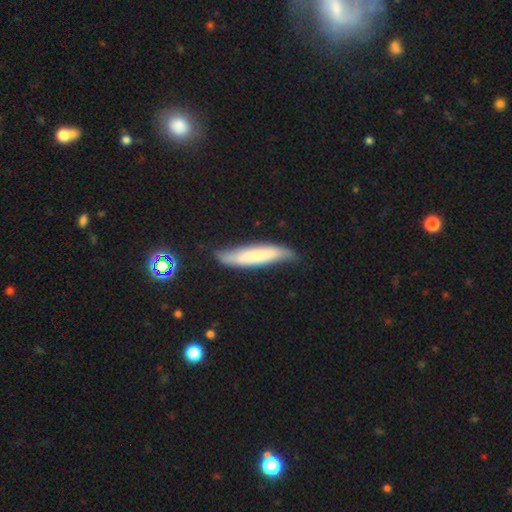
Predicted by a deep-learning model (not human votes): Smooth or featured: smooth — 65% (featured or disk — 29%)
How rounded: cigar-shaped — 84% (in between — 15%)
Merging: none — 67% (minor disturbance — 26%)